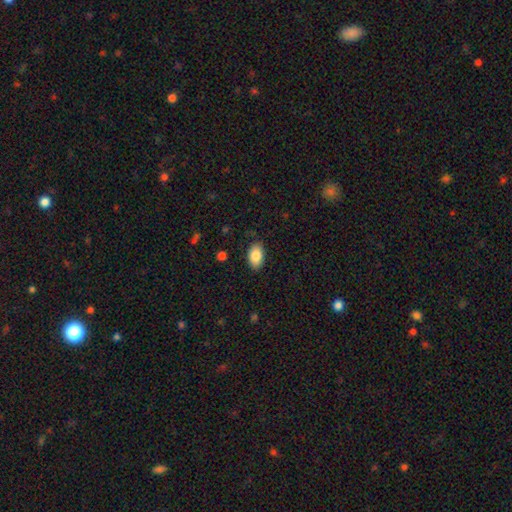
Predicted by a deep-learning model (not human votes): The model was most divided on "merging": none: 86%, minor disturbance: 10%, major disturbance: 2%, merger: 1%. More confident: how rounded — in between (93%); smooth or featured — smooth (87%).